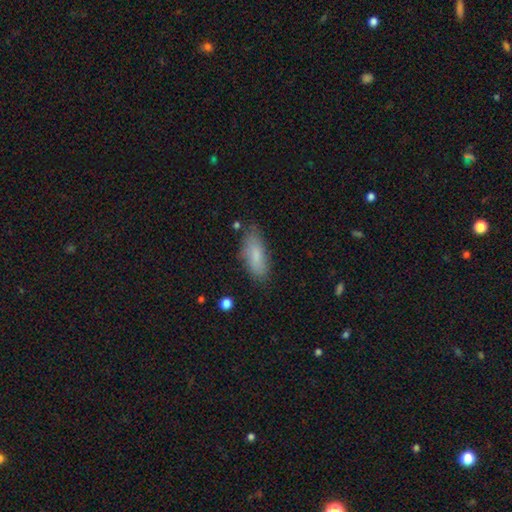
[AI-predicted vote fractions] smooth_or_featured: smooth (p=0.81) [alt: featured or disk p=0.12]
how_rounded: in between (p=0.73) [alt: cigar-shaped p=0.25]
merging: none (p=0.75) [alt: minor disturbance p=0.19]